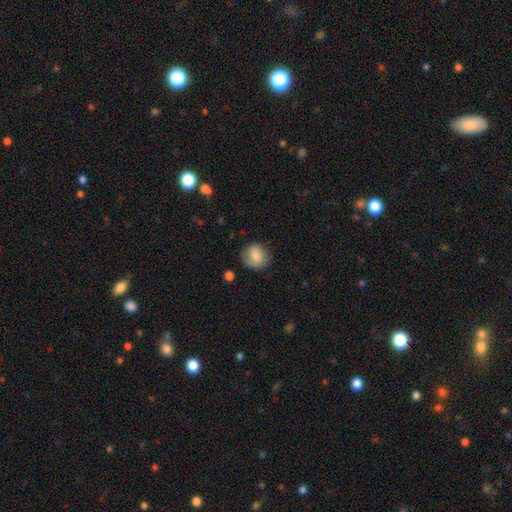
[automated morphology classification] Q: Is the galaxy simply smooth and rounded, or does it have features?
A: smooth — 79%.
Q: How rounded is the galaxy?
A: round — 83%.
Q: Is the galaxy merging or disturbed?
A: none — 74%.